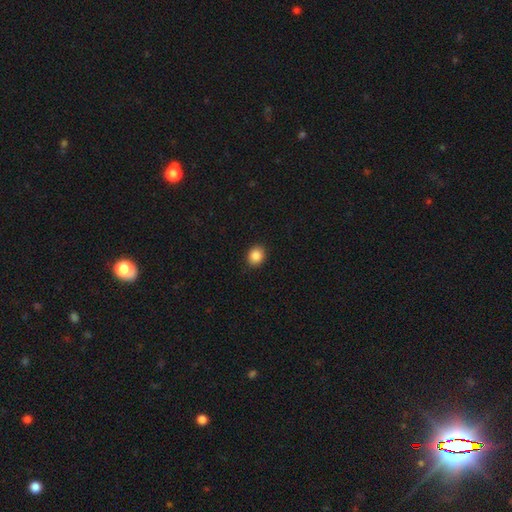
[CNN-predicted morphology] Smooth or featured?
  - smooth: 87% *
  - star or artifact: 9%
  - featured or disk: 4%
How rounded?
  - round: 71% *
  - in between: 28%
  - cigar-shaped: 1%
Merging?
  - none: 90% *
  - minor disturbance: 7%
  - major disturbance: 2%
  - merger: 1%